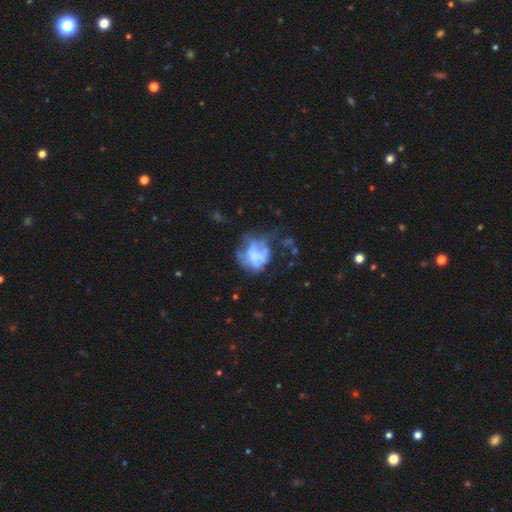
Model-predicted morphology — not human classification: The model was most divided on "merging": major disturbance: 36%, none: 32%, minor disturbance: 21%, merger: 11%. More confident: edge-on disk — no (97%); spiral arms — no (88%); bar — no (85%); bulge size — none (60%); smooth or featured — featured or disk (53%).